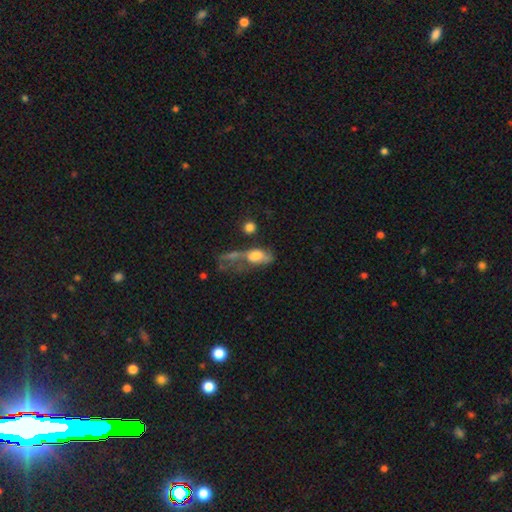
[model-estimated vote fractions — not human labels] smooth_or_featured: smooth (p=0.56) [alt: featured or disk p=0.33]
how_rounded: in between (p=0.78) [alt: round p=0.11]
merging: major disturbance (p=0.32) [alt: merger p=0.28]